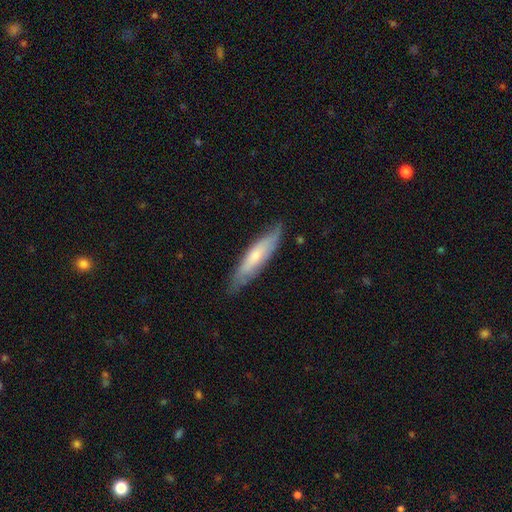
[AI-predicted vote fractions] A smooth galaxy with no disk features (53%) that is cigar-shaped (76%). Merging: none (77%).